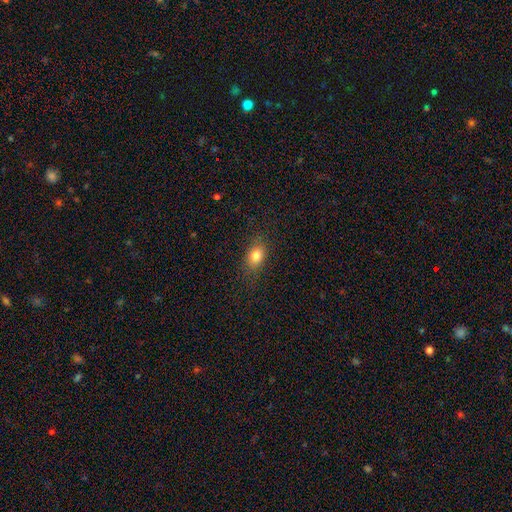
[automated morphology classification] Smooth or featured? smooth (81%)
How rounded? in between (71%)
Merging? none (83%)